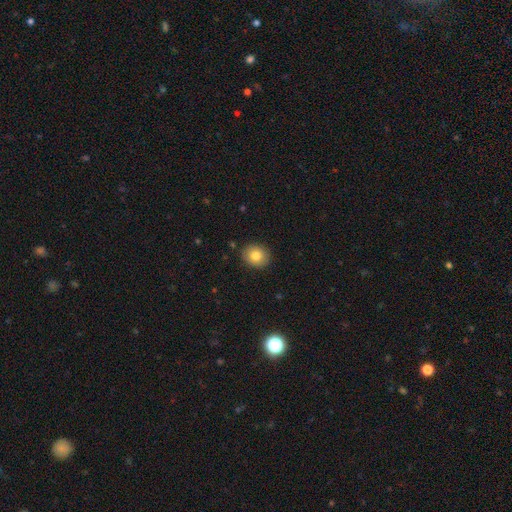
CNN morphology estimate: Smooth or featured? Predicted: smooth (p=0.81). How rounded? Predicted: round (p=0.67). Merging? Predicted: none (p=0.89).